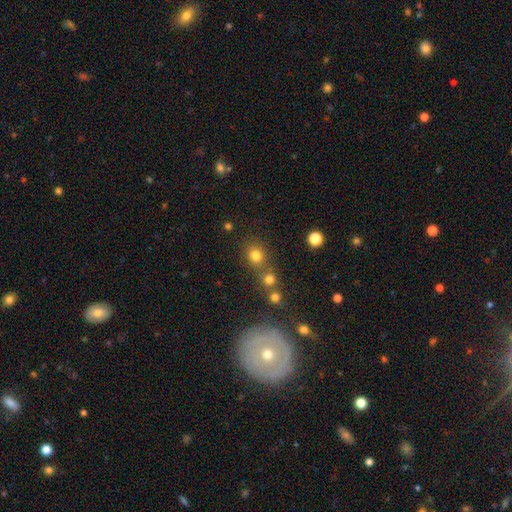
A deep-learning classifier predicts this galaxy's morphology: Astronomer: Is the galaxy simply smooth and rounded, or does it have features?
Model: smooth — 76%.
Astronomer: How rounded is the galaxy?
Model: round — 83%.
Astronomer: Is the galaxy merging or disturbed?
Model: none — 63%.